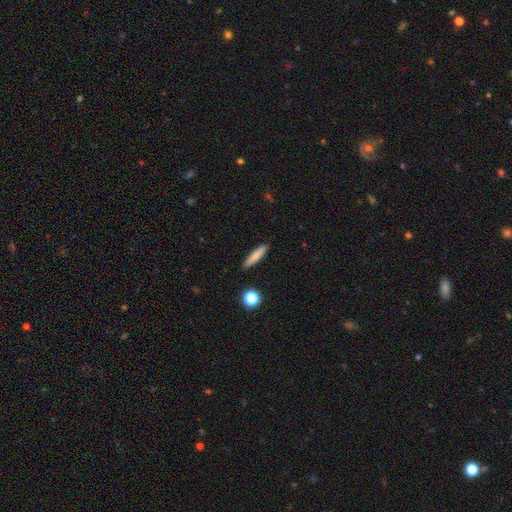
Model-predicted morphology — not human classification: This appears to be a smooth galaxy with no disk features (79%) that is cigar-shaped (84%). Merging: none (90%).